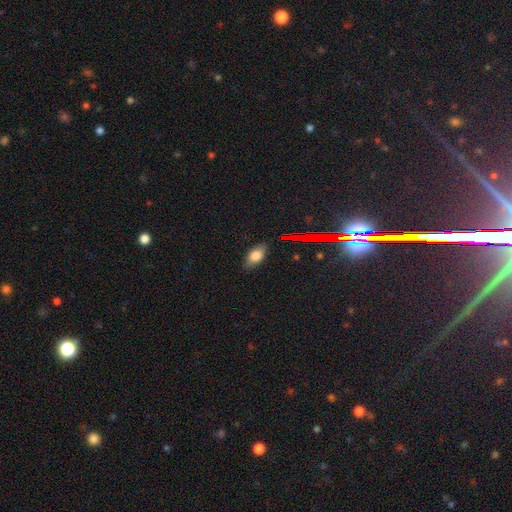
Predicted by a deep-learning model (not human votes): This is likely a smooth galaxy (76%). How rounded: clearly in between (88%). Merging: clearly none (83%).